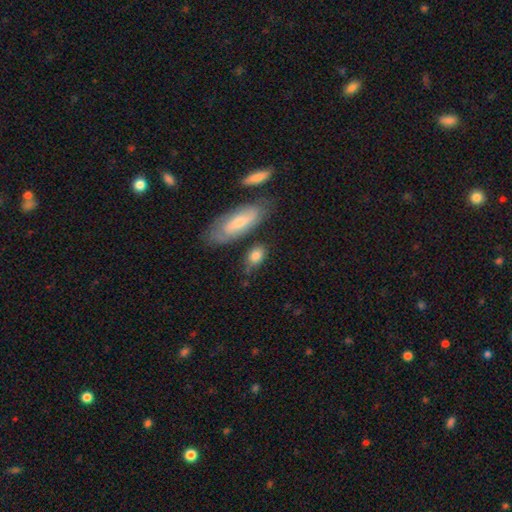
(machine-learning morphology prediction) A smooth galaxy with no disk features (79%) that is in between round and cigar-shaped (80%). Merging: none (65%).